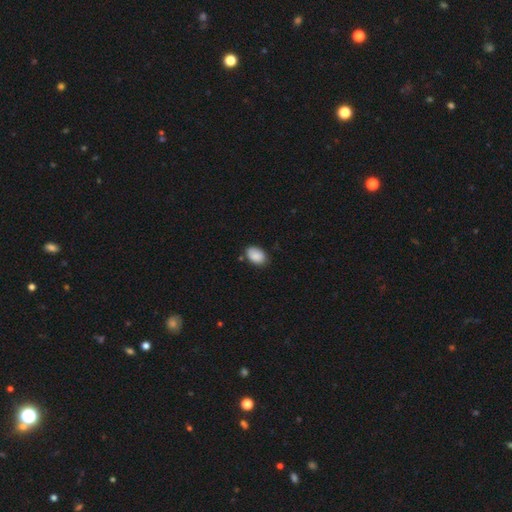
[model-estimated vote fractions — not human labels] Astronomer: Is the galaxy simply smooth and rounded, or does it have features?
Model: smooth — 86%.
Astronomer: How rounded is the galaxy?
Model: in between — 84%.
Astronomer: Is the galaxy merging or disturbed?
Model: none — 74%.